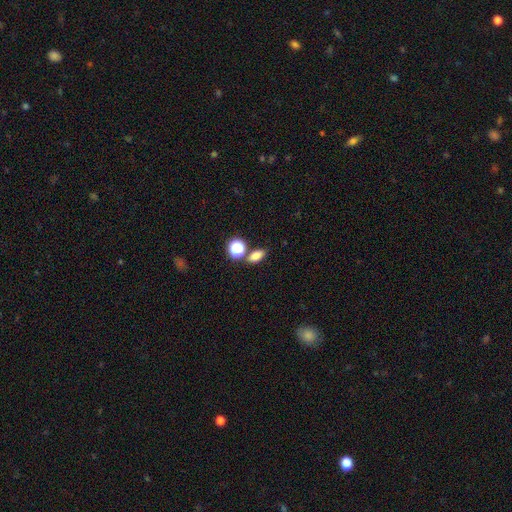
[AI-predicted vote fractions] This appears to be a smooth galaxy with no disk features (78%) that is in between round and cigar-shaped (79%). Merging: none (70%).